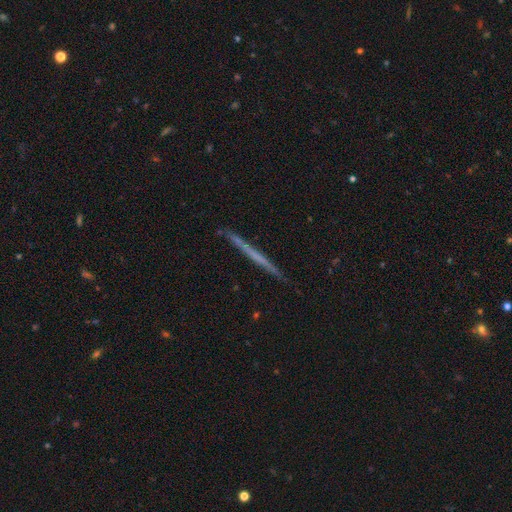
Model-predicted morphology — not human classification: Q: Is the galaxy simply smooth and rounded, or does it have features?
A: featured or disk — 56%.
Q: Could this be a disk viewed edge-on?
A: yes — 98%.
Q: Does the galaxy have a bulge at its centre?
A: none — 92%.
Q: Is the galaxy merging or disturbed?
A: none — 91%.